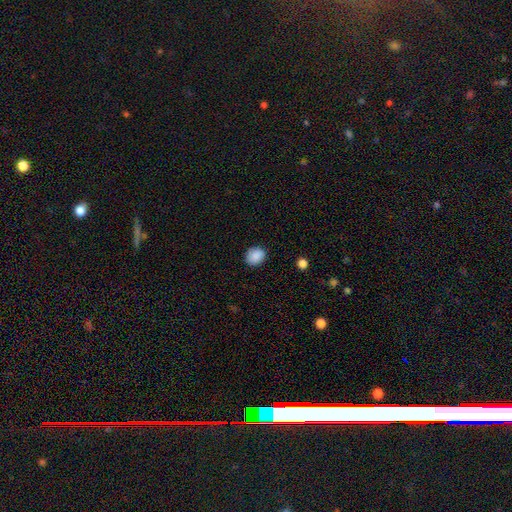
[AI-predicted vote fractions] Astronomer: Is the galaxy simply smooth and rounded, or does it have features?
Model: smooth — 89%.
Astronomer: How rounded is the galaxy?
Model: round — 57% (runner-up: in between, 42%).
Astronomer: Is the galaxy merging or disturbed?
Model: none — 85%.